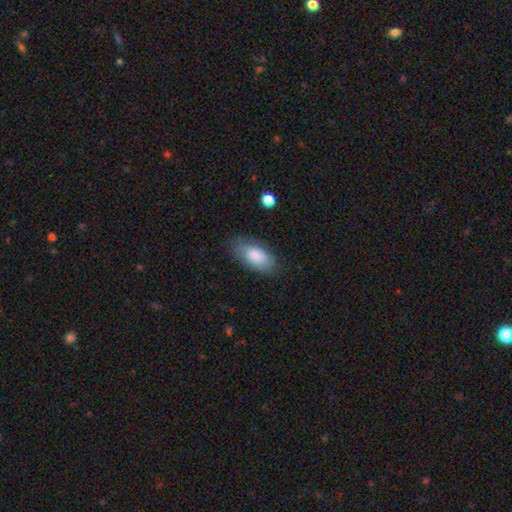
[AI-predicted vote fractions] A smooth galaxy with no disk features (81%) that is in between round and cigar-shaped (92%). Merging: none (75%).